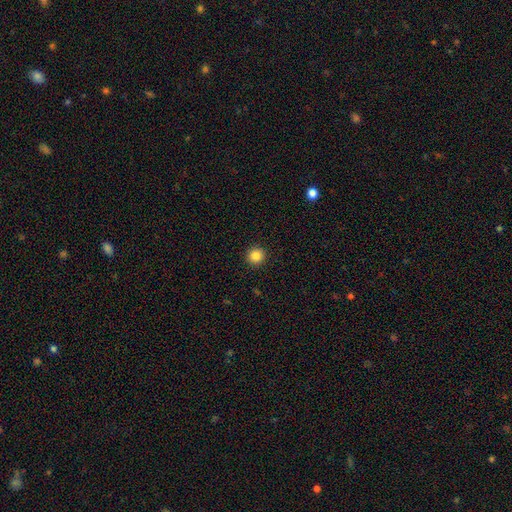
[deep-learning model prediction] This is clearly a smooth galaxy (85%). How rounded: clearly round (95%). Merging: clearly none (93%).